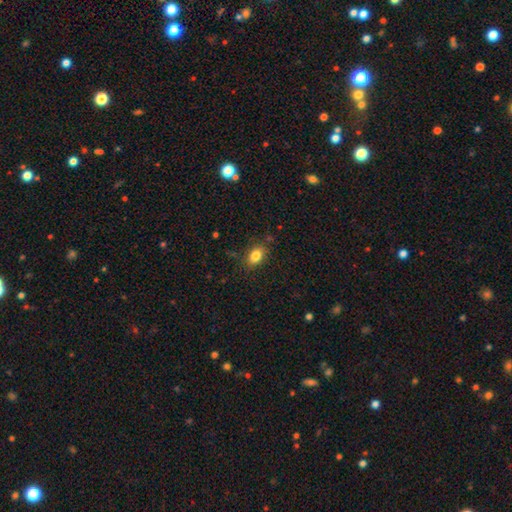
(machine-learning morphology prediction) Smooth or featured?
  - smooth: 83% *
  - star or artifact: 10%
  - featured or disk: 7%
How rounded?
  - in between: 79% *
  - round: 20%
  - cigar-shaped: 2%
Merging?
  - none: 82% *
  - minor disturbance: 13%
  - major disturbance: 3%
  - merger: 2%